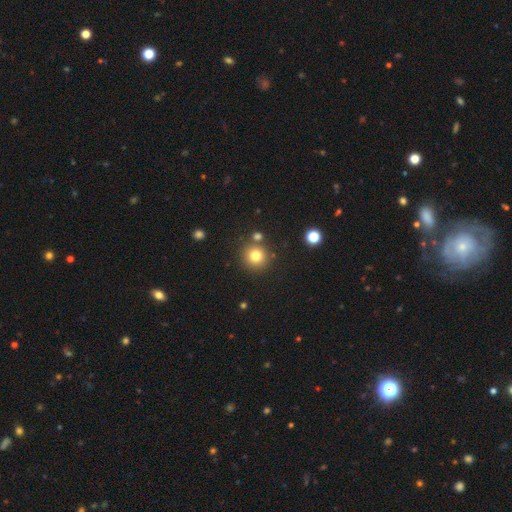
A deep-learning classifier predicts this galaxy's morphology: The model was most divided on "smooth or featured": smooth: 79%, star or artifact: 13%, featured or disk: 8%. More confident: how rounded — round (93%); merging — none (82%).